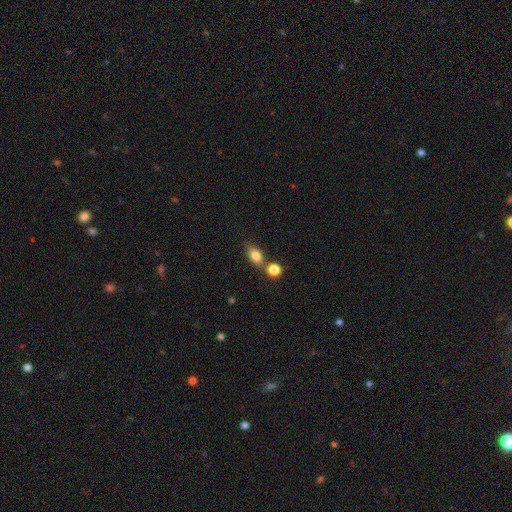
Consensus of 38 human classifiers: Q: Smooth or featured?
A: smooth (79%); runner-up: featured or disk (13%)
Q: How rounded?
A: in between (87%); runner-up: round (13%)
Q: Merging?
A: none (46%); runner-up: merger (40%)